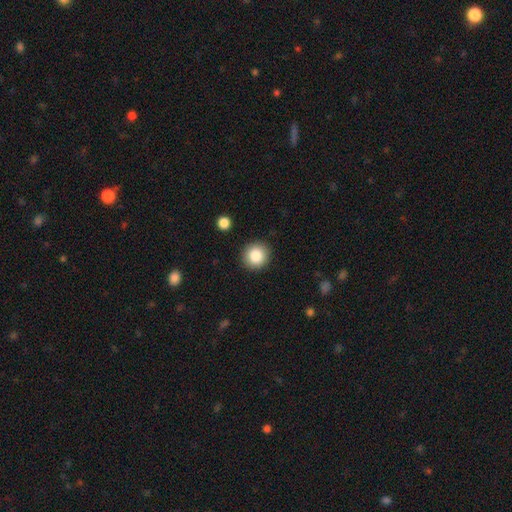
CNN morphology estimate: A smooth galaxy with no disk features (85%) that is round (92%). Merging: none (91%).